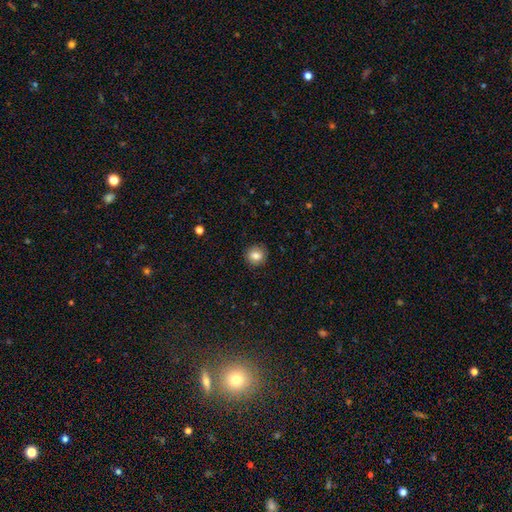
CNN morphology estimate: smooth_or_featured: smooth (p=0.82) [alt: star or artifact p=0.09]
how_rounded: round (p=0.89) [alt: in between p=0.10]
merging: none (p=0.90) [alt: minor disturbance p=0.07]